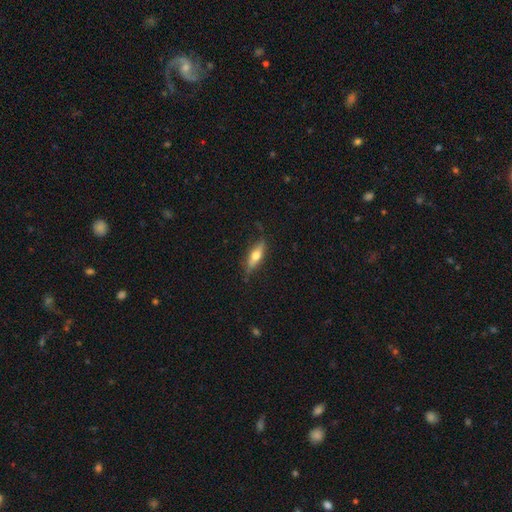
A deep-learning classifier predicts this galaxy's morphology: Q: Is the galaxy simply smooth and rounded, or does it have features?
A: featured or disk — 48%.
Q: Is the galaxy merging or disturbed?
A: none — 78%.